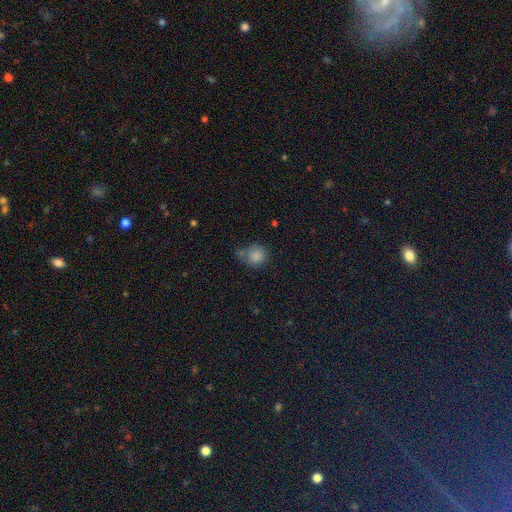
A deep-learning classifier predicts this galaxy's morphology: A smooth galaxy with no disk features (84%) that is round (82%).

Vote fractions:
- Smooth or featured? smooth: 84% / star or artifact: 10% / featured or disk: 6%
- How rounded? round: 82% / in between: 17% / cigar-shaped: 1%
- Merging? none: 51% / merger: 21% / minor disturbance: 21% / major disturbance: 8%